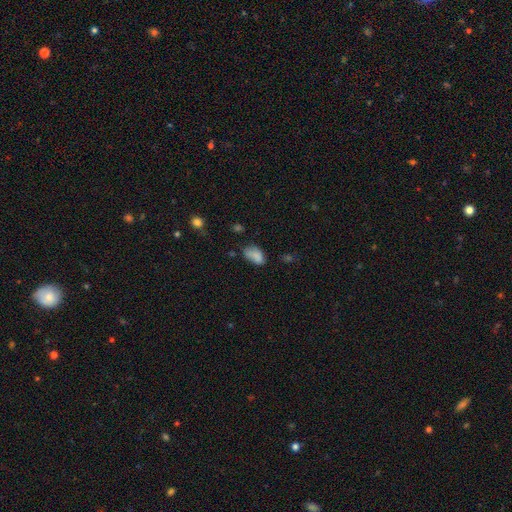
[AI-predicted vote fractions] Q: Smooth or featured?
A: smooth (76%); runner-up: featured or disk (13%)
Q: How rounded?
A: in between (89%); runner-up: round (9%)
Q: Merging?
A: none (42%); runner-up: minor disturbance (33%)